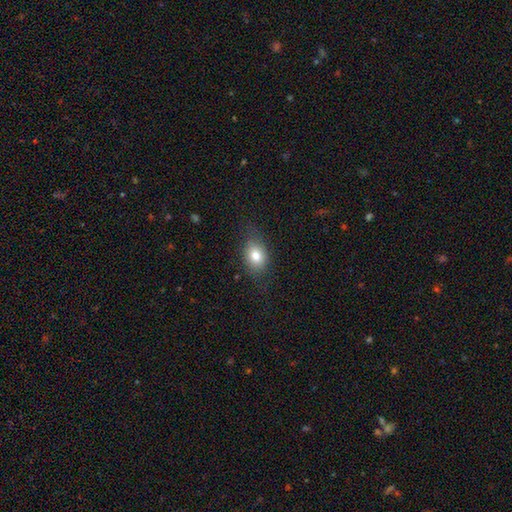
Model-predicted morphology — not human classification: This appears to be a smooth galaxy with no disk features (78%) that is in between round and cigar-shaped (65%). Merging: none (73%).